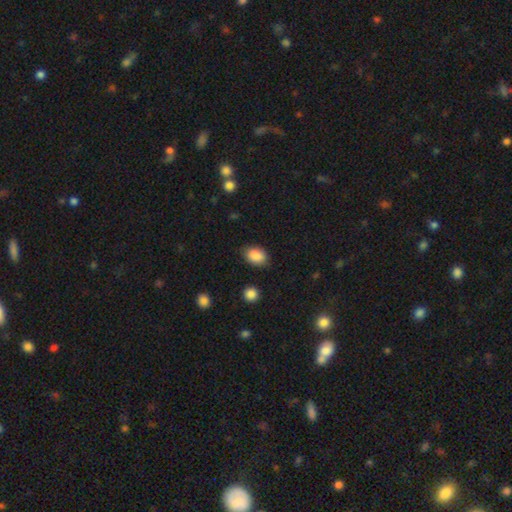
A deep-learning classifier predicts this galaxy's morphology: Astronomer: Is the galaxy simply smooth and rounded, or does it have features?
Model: smooth — 88%.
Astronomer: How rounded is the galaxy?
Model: in between — 78%.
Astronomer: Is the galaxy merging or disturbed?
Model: none — 82%.